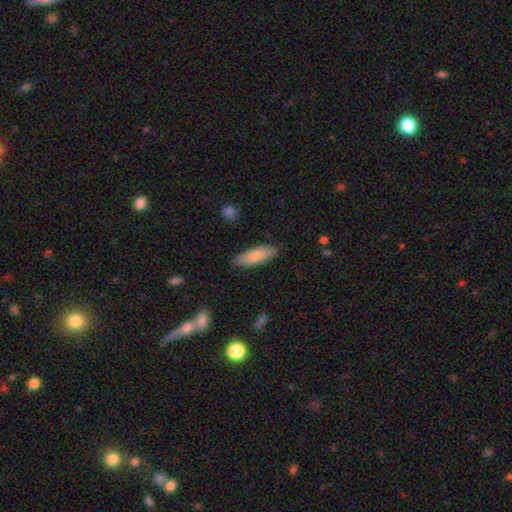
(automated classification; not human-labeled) Smooth or featured?
  - smooth: 82% *
  - featured or disk: 12%
  - star or artifact: 6%
How rounded?
  - in between: 58% *
  - cigar-shaped: 40%
  - round: 2%
Merging?
  - none: 85% *
  - minor disturbance: 11%
  - major disturbance: 2%
  - merger: 1%